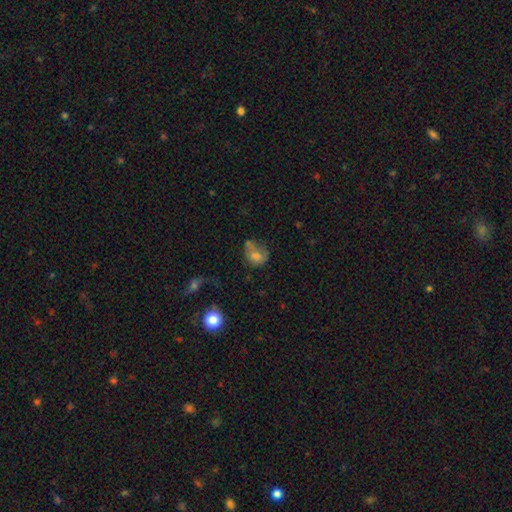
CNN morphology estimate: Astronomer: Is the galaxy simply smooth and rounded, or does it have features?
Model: smooth — 65%.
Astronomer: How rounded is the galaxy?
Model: round — 51% (runner-up: in between, 47%).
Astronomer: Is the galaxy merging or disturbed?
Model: none — 30% (runner-up: major disturbance, 27%).